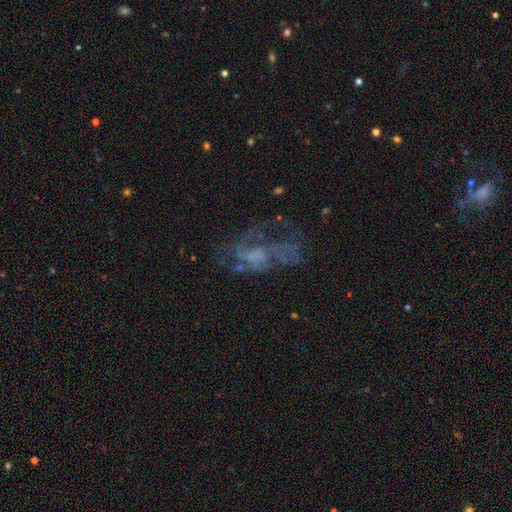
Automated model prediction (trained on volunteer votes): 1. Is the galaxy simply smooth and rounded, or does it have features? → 67% featured or disk, 17% smooth, 16% star or artifact.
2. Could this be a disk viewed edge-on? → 96% no, 4% yes.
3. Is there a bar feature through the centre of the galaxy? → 71% no, 24% weak, 5% strong.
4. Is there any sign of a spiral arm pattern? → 58% yes, 42% no.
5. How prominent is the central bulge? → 60% none, 20% small, 15% moderate, 4% large, 1% dominant.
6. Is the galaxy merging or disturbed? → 40% none, 39% major disturbance, 16% minor disturbance, 4% merger.